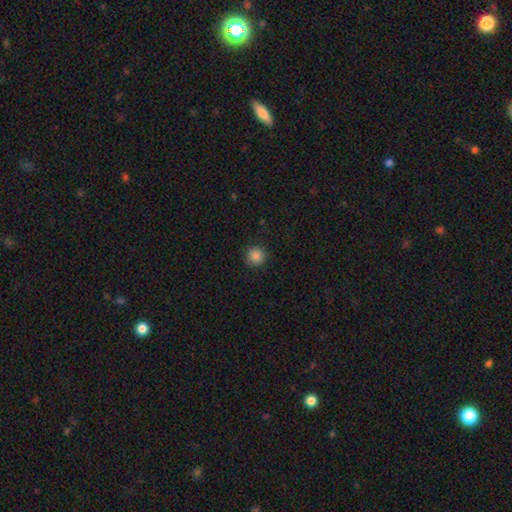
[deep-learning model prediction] The model was most divided on "smooth or featured": smooth: 86%, star or artifact: 11%, featured or disk: 3%. More confident: how rounded — round (95%); merging — none (91%).